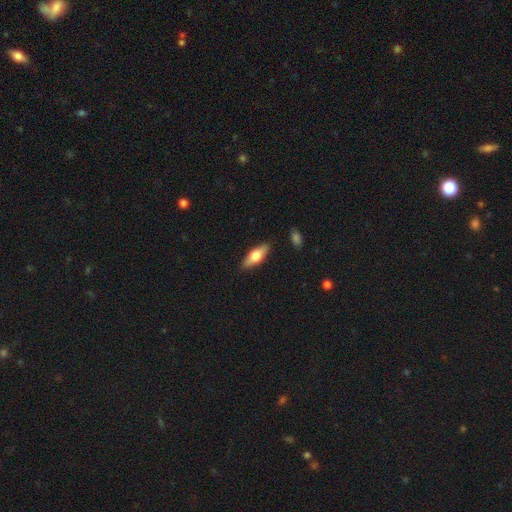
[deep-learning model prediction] Smooth or featured? Predicted: smooth (p=0.57). How rounded? Predicted: in between (p=0.63). Merging? Predicted: none (p=0.88).